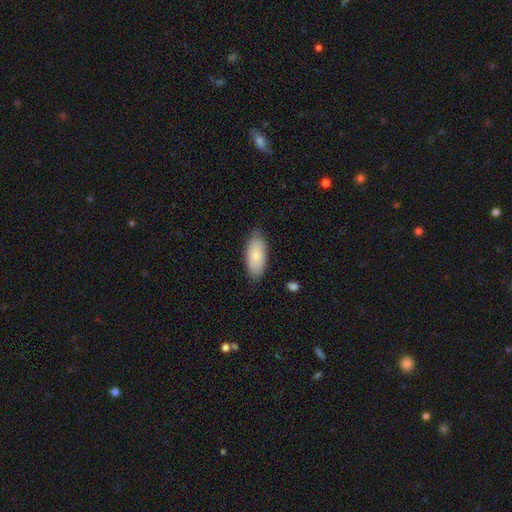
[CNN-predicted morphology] Q: Smooth or featured?
A: smooth (79%); runner-up: featured or disk (15%)
Q: How rounded?
A: in between (90%); runner-up: cigar-shaped (8%)
Q: Merging?
A: none (80%); runner-up: minor disturbance (16%)